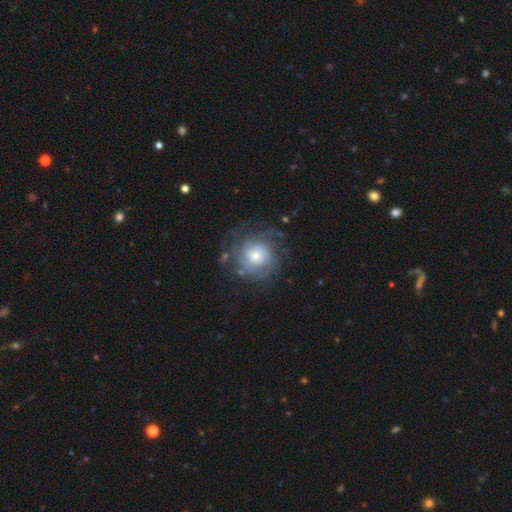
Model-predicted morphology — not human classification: Smooth or featured? Predicted: featured or disk (p=0.72). Edge-on disk? Predicted: no (p=0.97). Bar? Predicted: no (p=0.79). Spiral arms? Predicted: yes (p=0.86). Spiral winding? Predicted: tight (p=0.64). Spiral arm count? Predicted: can't tell (p=0.50). Bulge size? Predicted: moderate (p=0.53). Merging? Predicted: none (p=0.70).